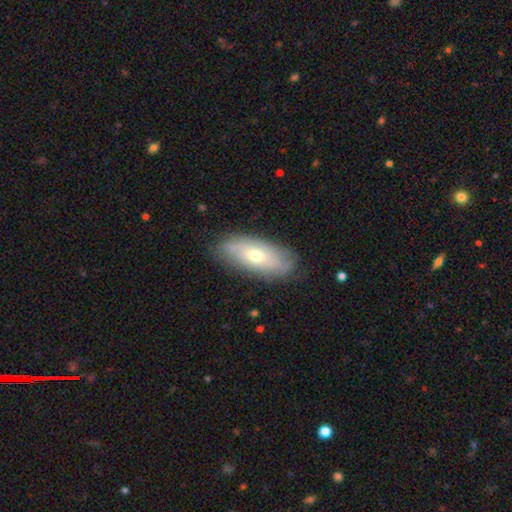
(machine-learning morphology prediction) smooth-or-featured: smooth: 52% | featured or disk: 41% | star or artifact: 7%
  how-rounded: in between: 81% | cigar-shaped: 15% | round: 3%
  merging: none: 80% | minor disturbance: 15% | major disturbance: 4% | merger: 1%